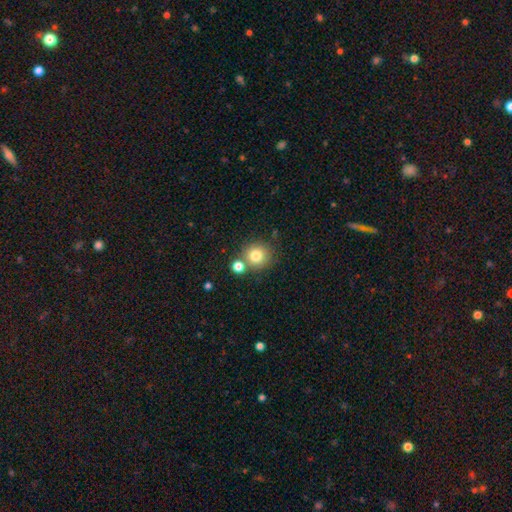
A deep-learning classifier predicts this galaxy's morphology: smooth-or-featured: smooth: 79% | star or artifact: 12% | featured or disk: 9%
  how-rounded: round: 90% | in between: 9% | cigar-shaped: 1%
  merging: none: 69% | merger: 19% | minor disturbance: 9% | major disturbance: 3%